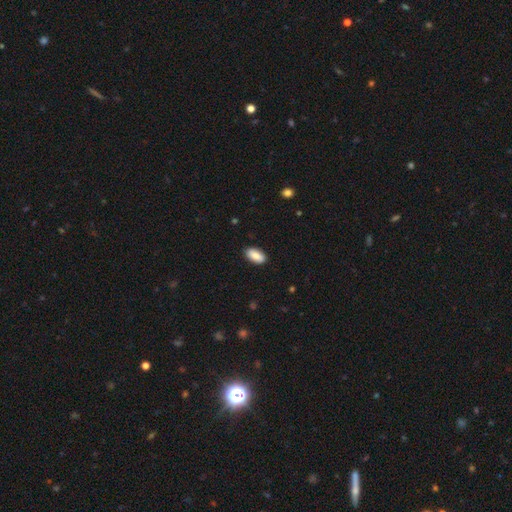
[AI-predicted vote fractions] This appears to be a smooth galaxy with no disk features (83%) that is in between round and cigar-shaped (92%). Merging: none (89%).